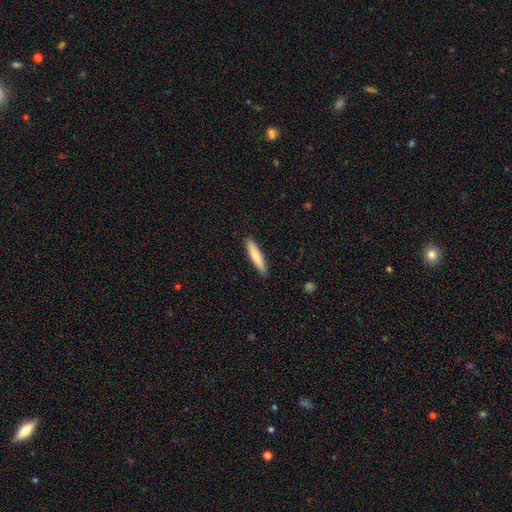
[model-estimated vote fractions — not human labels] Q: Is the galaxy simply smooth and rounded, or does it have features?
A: smooth — 81%.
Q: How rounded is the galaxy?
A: cigar-shaped — 88%.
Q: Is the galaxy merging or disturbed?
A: none — 91%.